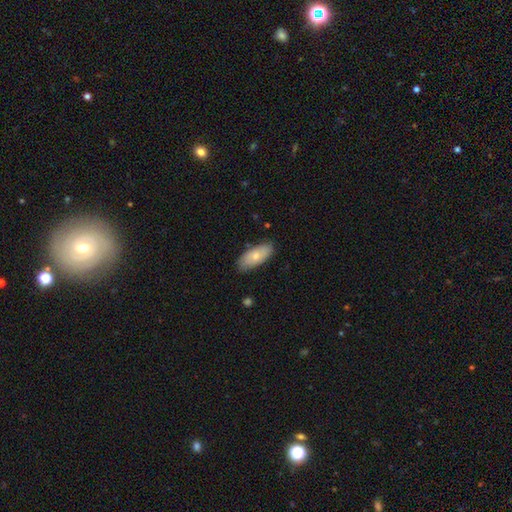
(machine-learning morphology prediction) Smooth or featured? Predicted: smooth (p=0.74). How rounded? Predicted: in between (p=0.87). Merging? Predicted: none (p=0.80).